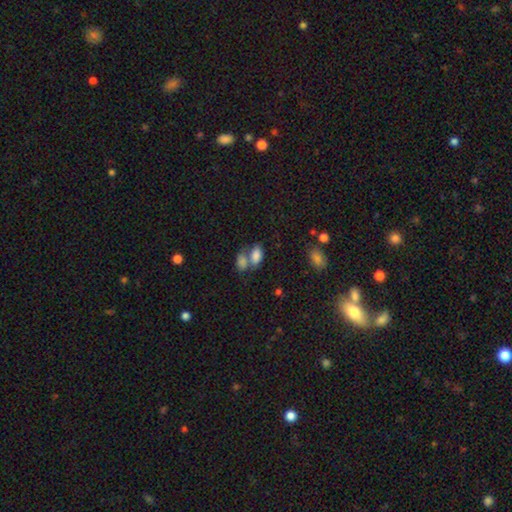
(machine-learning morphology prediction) This is clearly a smooth galaxy (82%). How rounded: clearly in between (92%). Merging: possibly merger (53%).